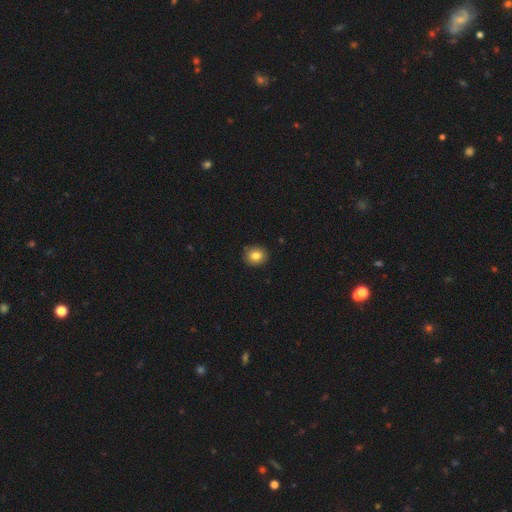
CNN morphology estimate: Q: Smooth or featured?
A: smooth (82%); runner-up: star or artifact (10%)
Q: How rounded?
A: round (74%); runner-up: in between (25%)
Q: Merging?
A: none (89%); runner-up: minor disturbance (8%)